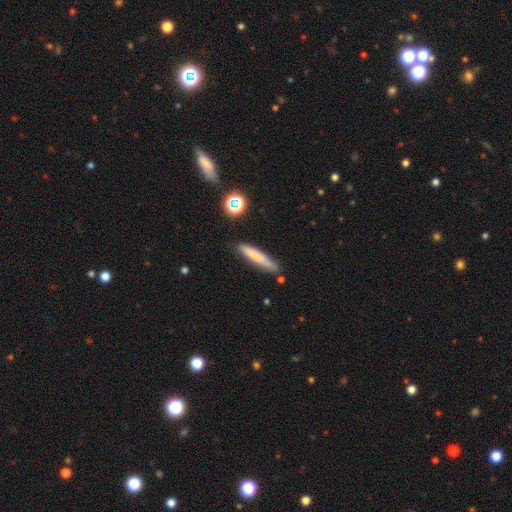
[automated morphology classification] The model was most divided on "smooth or featured": smooth: 72%, featured or disk: 19%, star or artifact: 9%. More confident: how rounded — cigar-shaped (91%); merging — none (79%).